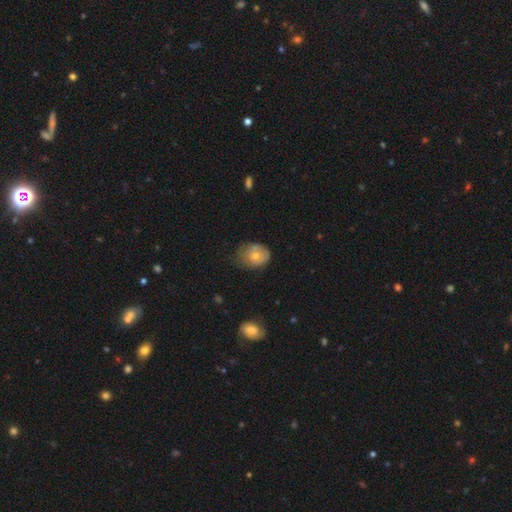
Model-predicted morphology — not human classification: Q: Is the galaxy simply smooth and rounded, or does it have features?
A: smooth — 66%.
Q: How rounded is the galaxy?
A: in between — 55%.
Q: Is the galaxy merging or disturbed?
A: none — 41%.